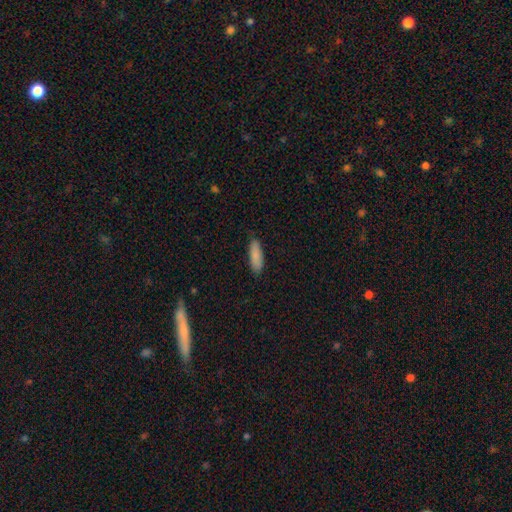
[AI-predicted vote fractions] Smooth or featured: smooth — 87% (featured or disk — 7%)
How rounded: cigar-shaped — 51% (in between — 47%)
Merging: none — 85% (minor disturbance — 12%)